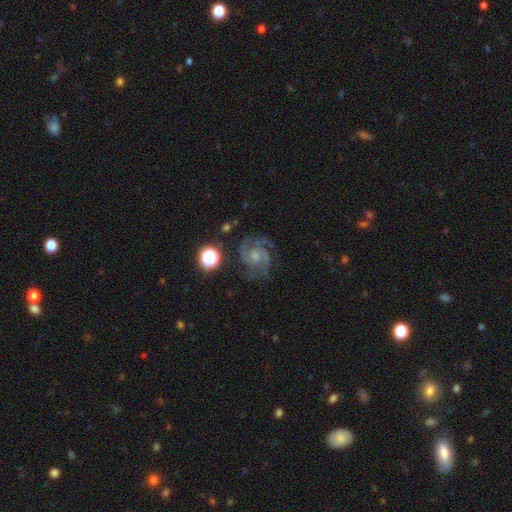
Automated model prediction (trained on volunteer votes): This appears to be a featured or disk galaxy (85%) with no bar (60%), 2 (44%) medium (48%) spiral arms (97%) and a small central bulge (46%). Merging: none (66%).